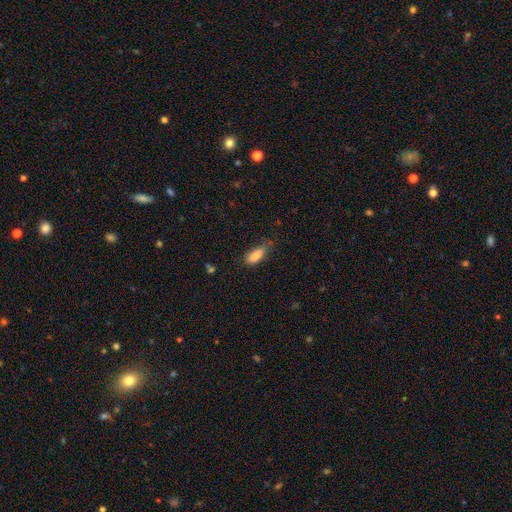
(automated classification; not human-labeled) The model was most divided on "merging": none: 53%, minor disturbance: 35%, major disturbance: 9%, merger: 2%. More confident: smooth or featured — smooth (82%); how rounded — in between (78%).